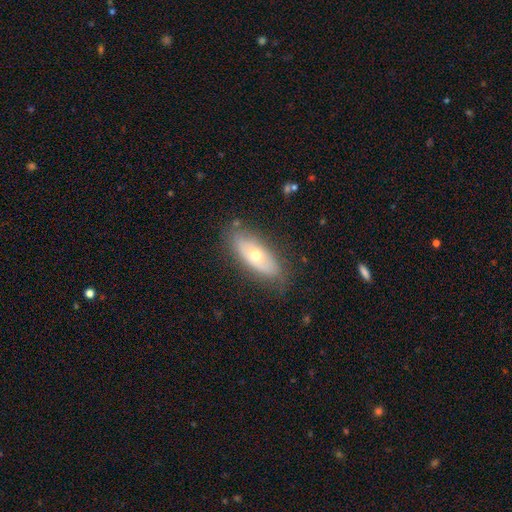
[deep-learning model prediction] Smooth or featured? Predicted: smooth (p=0.50). How rounded? Predicted: in between (p=0.73). Merging? Predicted: none (p=0.77).